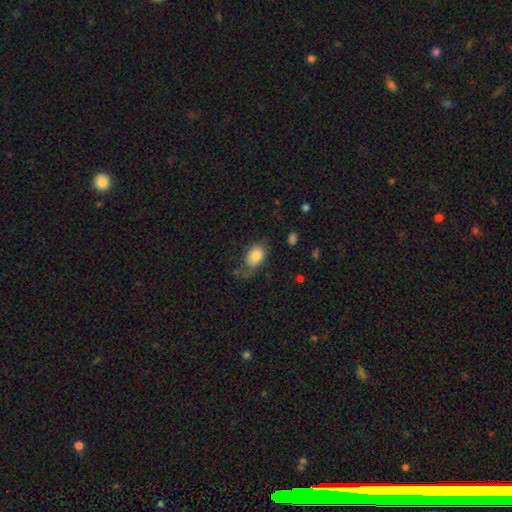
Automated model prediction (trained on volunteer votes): Q: Smooth or featured?
A: smooth (82%); runner-up: featured or disk (11%)
Q: How rounded?
A: in between (86%); runner-up: round (12%)
Q: Merging?
A: none (56%); runner-up: minor disturbance (28%)